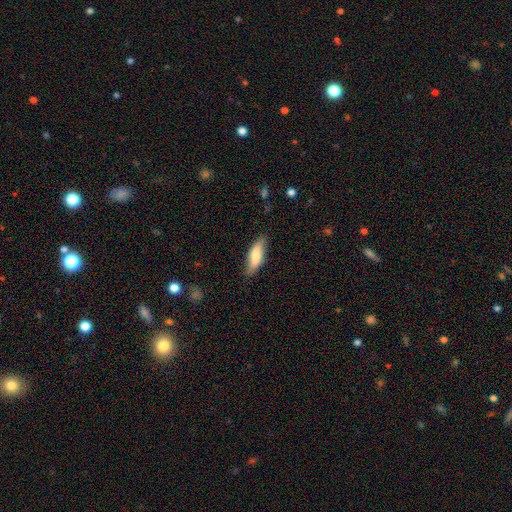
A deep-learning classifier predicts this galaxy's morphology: type=smooth (72%); roundness=in between (57%); merging=none (75%).